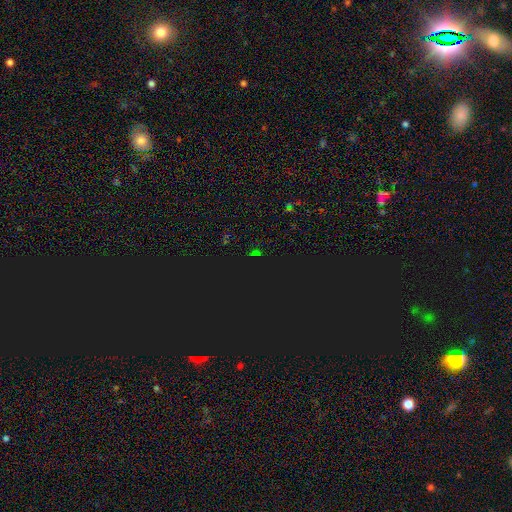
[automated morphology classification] Smooth or featured: star or artifact — 73% (smooth — 19%)